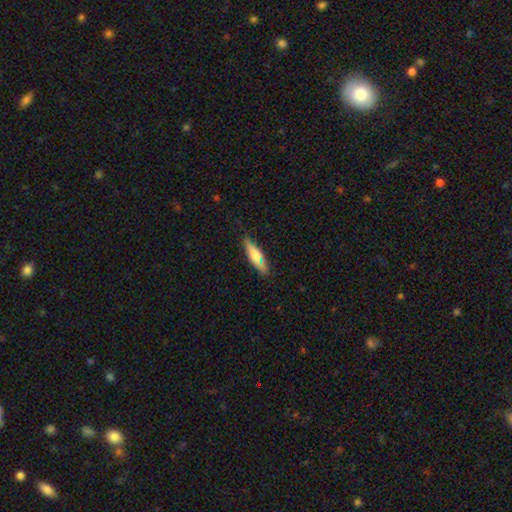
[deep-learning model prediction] smooth_or_featured: smooth (p=0.70) [alt: featured or disk p=0.23]
how_rounded: cigar-shaped (p=0.60) [alt: in between p=0.38]
merging: none (p=0.80) [alt: minor disturbance p=0.15]